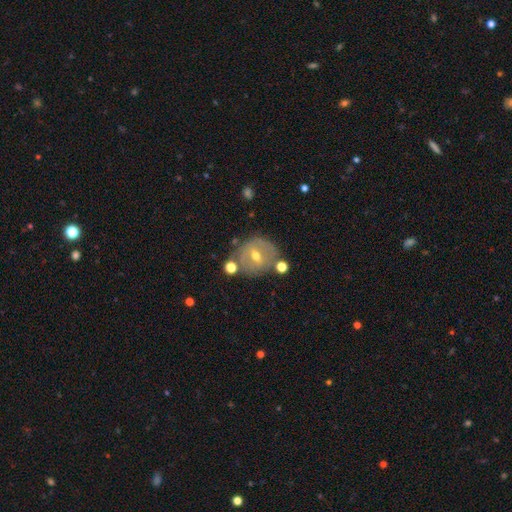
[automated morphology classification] smooth-or-featured: featured or disk: 57% | smooth: 33% | star or artifact: 10%
  disk-edge-on: no: 94% | yes: 6%
    bar: weak: 47% | no: 29% | strong: 24%
    has-spiral-arms: no: 61% | yes: 39%
    bulge-size: moderate: 57% | small: 40% | large: 2% | none: 1% | dominant: 1%
  merging: none: 68% | minor disturbance: 17% | merger: 8% | major disturbance: 7%